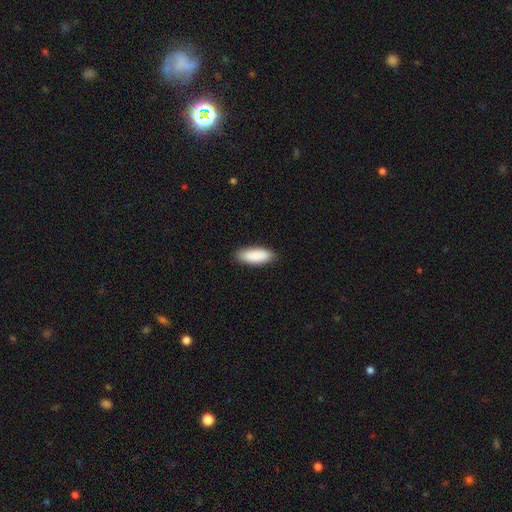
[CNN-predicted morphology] smooth 90%, star or artifact 6%, featured or disk 4%. Down the decision tree: how rounded — in between (76%); merging — none (87%).